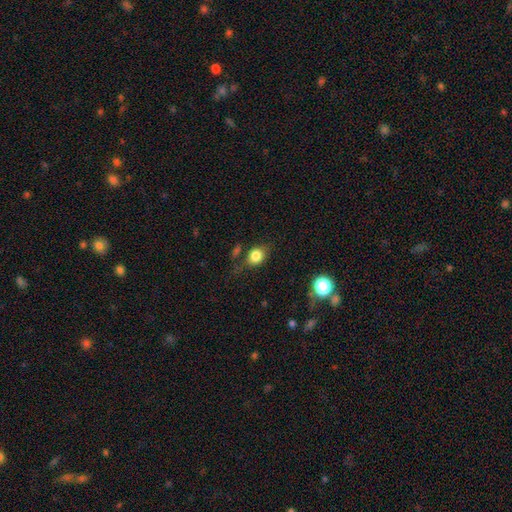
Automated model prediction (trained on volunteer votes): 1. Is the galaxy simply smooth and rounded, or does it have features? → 79% smooth, 11% star or artifact, 10% featured or disk.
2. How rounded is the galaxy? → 55% round, 44% in between, 2% cigar-shaped.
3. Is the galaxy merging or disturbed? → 63% none, 21% minor disturbance, 10% major disturbance, 6% merger.